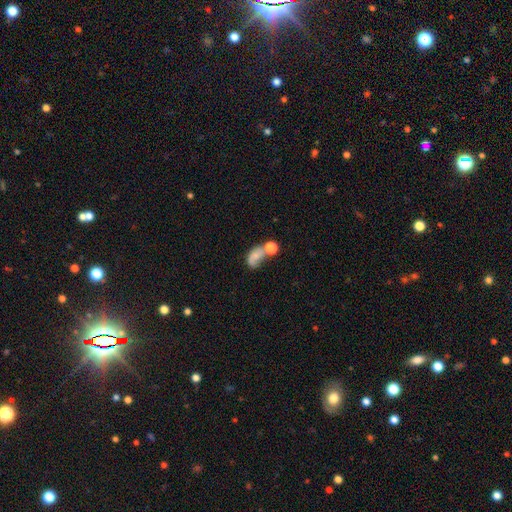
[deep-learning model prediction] smooth-or-featured: smooth: 57% | featured or disk: 30% | star or artifact: 13%
  how-rounded: in between: 78% | round: 19% | cigar-shaped: 3%
  merging: merger: 37% | none: 26% | major disturbance: 20% | minor disturbance: 17%